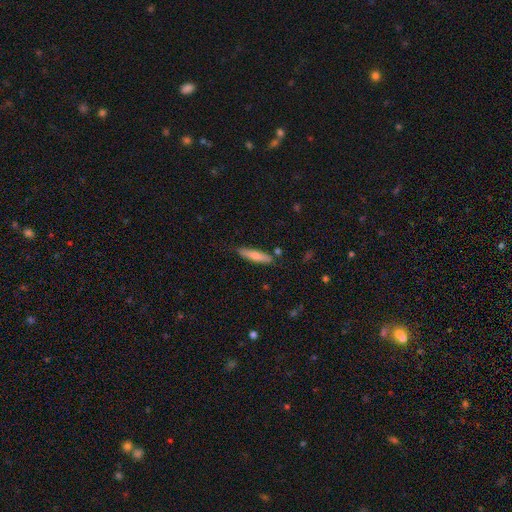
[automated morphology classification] type=smooth (74%); roundness=cigar-shaped (79%); merging=none (79%).